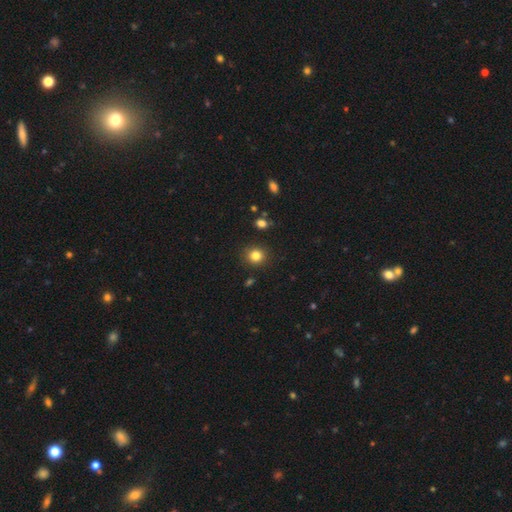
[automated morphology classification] This appears to be a smooth galaxy with no disk features (83%) that is round (87%). Merging: none (90%).